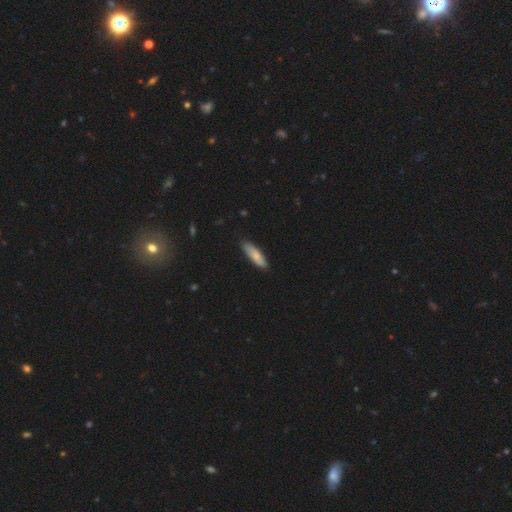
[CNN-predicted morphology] The model was most divided on "how rounded": cigar-shaped: 60%, in between: 38%, round: 2%. More confident: merging — none (85%); smooth or featured — smooth (78%).